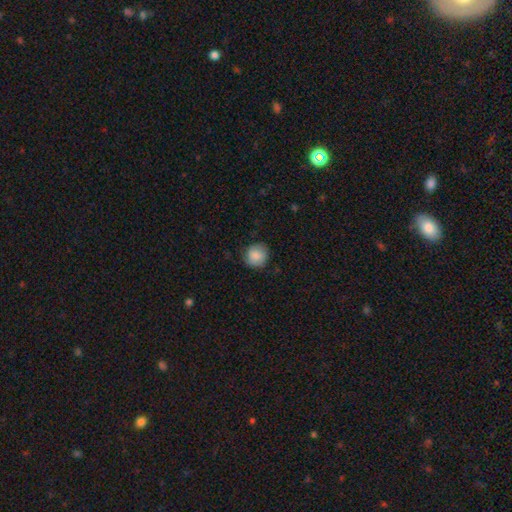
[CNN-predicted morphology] type=smooth (84%); roundness=round (88%); merging=none (80%).